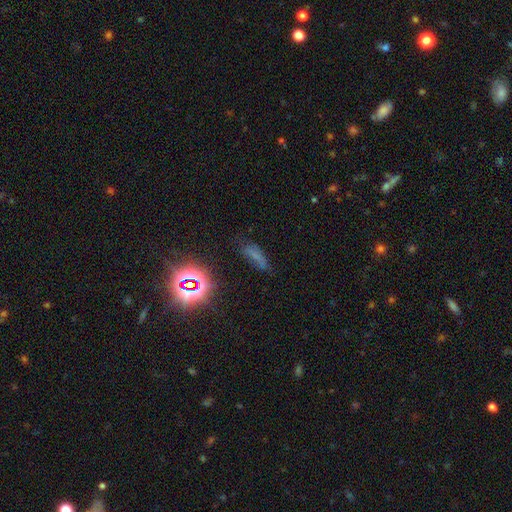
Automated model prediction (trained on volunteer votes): A smooth galaxy with no disk features (44%).

Vote fractions:
- Smooth or featured? smooth: 44% / star or artifact: 36% / featured or disk: 20%
- Merging? none: 56% / minor disturbance: 23% / major disturbance: 15% / merger: 5%